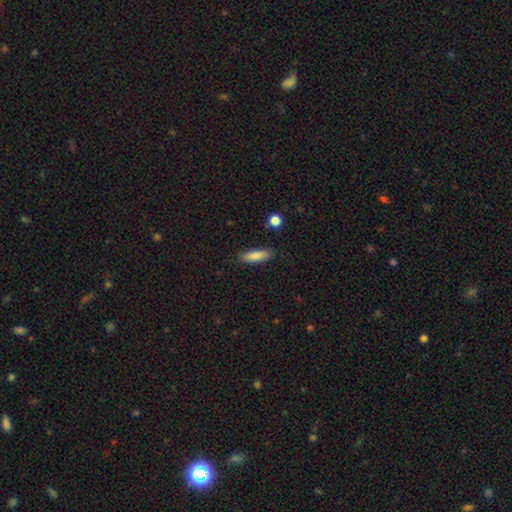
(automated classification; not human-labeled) A smooth galaxy with no disk features (85%) that is cigar-shaped (60%). Merging: none (87%).